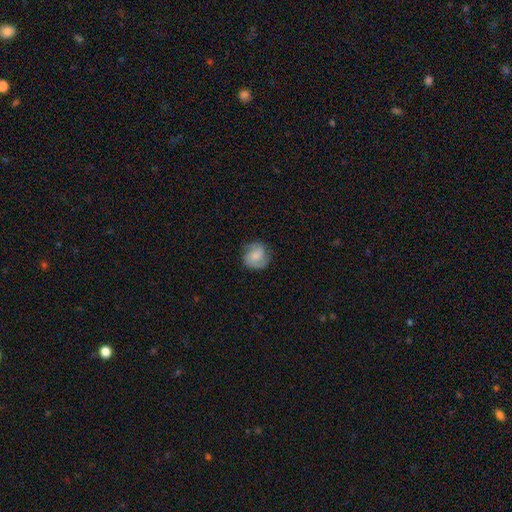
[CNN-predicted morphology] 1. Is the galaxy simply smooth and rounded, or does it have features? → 52% featured or disk, 40% smooth, 8% star or artifact.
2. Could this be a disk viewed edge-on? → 98% no, 2% yes.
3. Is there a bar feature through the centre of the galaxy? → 59% no, 34% weak, 7% strong.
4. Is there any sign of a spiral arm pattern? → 92% yes, 8% no.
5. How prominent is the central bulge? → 37% small, 34% moderate, 18% none, 9% large, 2% dominant.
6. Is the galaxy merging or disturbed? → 79% none, 15% minor disturbance, 5% major disturbance, 1% merger.